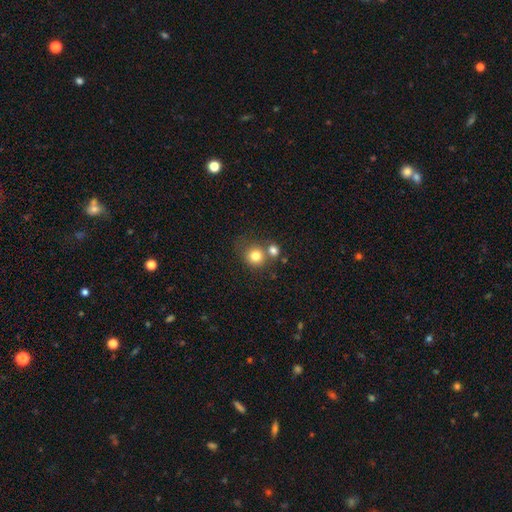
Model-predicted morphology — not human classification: Smooth or featured? smooth (79%)
How rounded? round (88%)
Merging? none (55%)